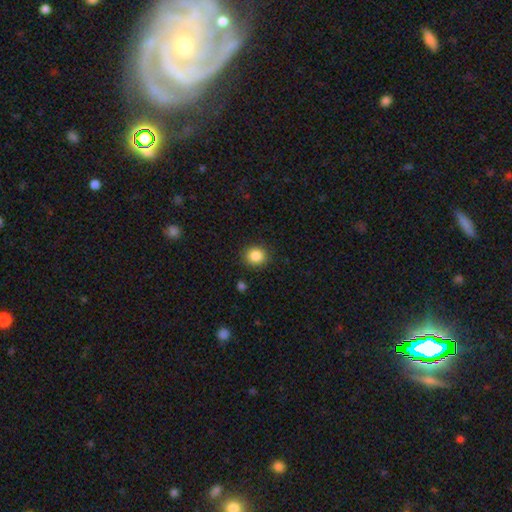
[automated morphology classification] Q: Smooth or featured?
A: smooth (86%); runner-up: star or artifact (10%)
Q: How rounded?
A: round (83%); runner-up: in between (16%)
Q: Merging?
A: none (89%); runner-up: minor disturbance (7%)